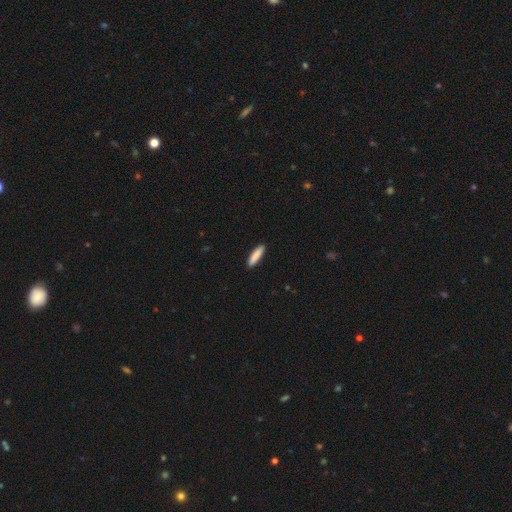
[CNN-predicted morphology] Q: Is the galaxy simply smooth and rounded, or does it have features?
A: smooth — 89%.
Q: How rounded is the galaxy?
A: cigar-shaped — 74%.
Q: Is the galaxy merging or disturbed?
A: none — 91%.